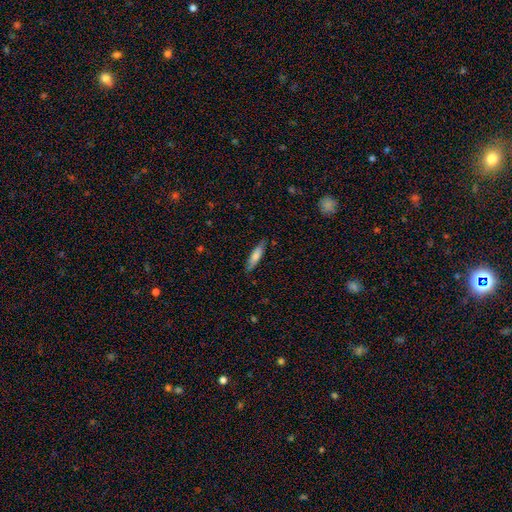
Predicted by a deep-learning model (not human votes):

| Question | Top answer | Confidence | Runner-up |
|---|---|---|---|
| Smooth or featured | smooth | 71% | featured or disk (24%) |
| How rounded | cigar-shaped | 76% | in between (23%) |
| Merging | none | 85% | minor disturbance (12%) |